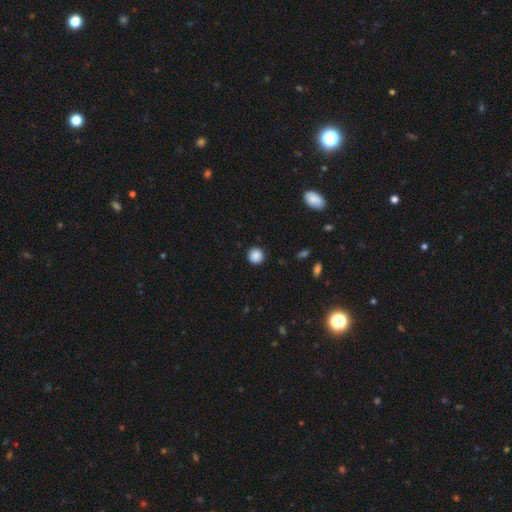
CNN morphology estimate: smooth_or_featured: smooth (p=0.87) [alt: star or artifact p=0.10]
how_rounded: round (p=0.95) [alt: in between p=0.04]
merging: none (p=0.92) [alt: minor disturbance p=0.05]